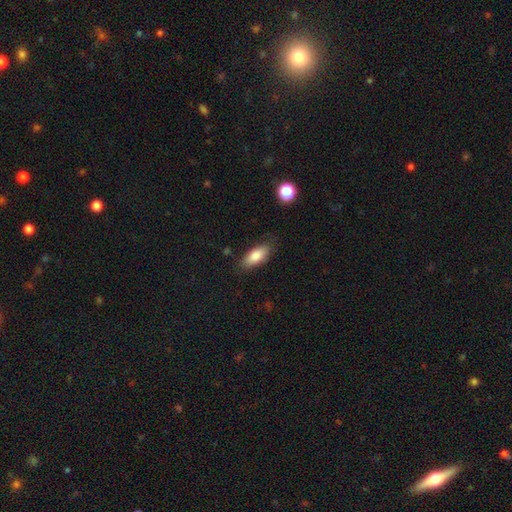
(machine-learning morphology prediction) Smooth or featured: smooth — 83% (featured or disk — 11%)
How rounded: in between — 81% (cigar-shaped — 16%)
Merging: none — 80% (minor disturbance — 15%)